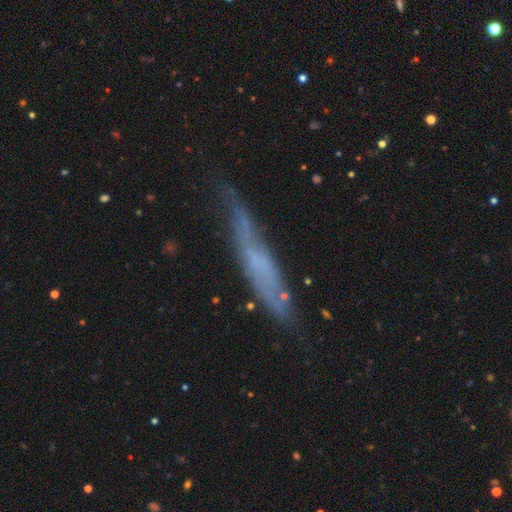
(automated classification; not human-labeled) smooth_or_featured: featured or disk (p=0.49) [alt: smooth p=0.41]
merging: none (p=0.56) [alt: minor disturbance p=0.26]